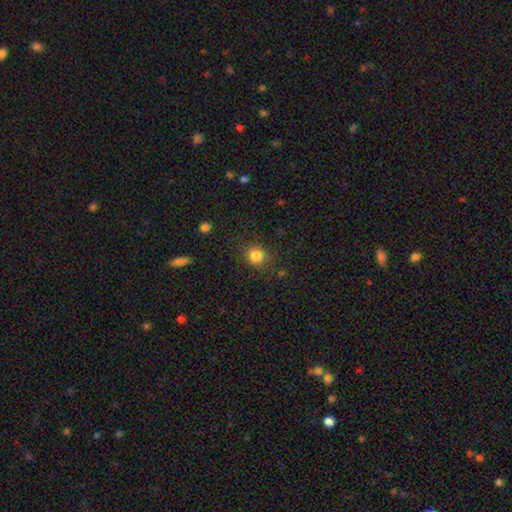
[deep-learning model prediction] A smooth galaxy with no disk features (83%) that is round (86%).

Vote fractions:
- Smooth or featured? smooth: 83% / star or artifact: 13% / featured or disk: 5%
- How rounded? round: 86% / in between: 13% / cigar-shaped: 1%
- Merging? none: 84% / minor disturbance: 10% / major disturbance: 4% / merger: 2%